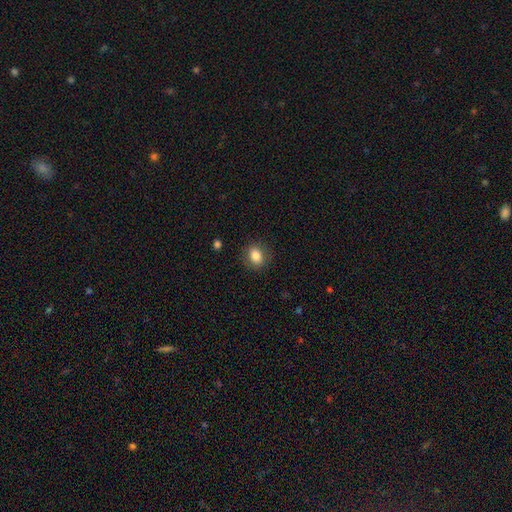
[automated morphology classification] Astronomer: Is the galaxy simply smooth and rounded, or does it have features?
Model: smooth — 84%.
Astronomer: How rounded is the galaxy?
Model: round — 52% (runner-up: in between, 46%).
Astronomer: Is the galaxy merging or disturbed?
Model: none — 85%.